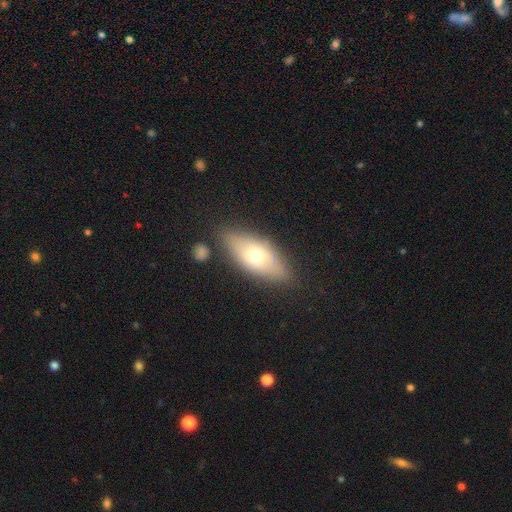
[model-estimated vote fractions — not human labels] This is possibly a smooth galaxy (60%). How rounded: likely in between (77%). Merging: likely none (78%).